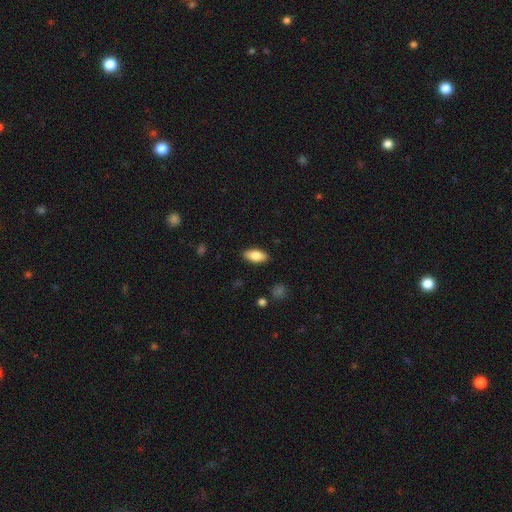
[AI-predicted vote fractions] A smooth galaxy with no disk features (81%) that is in between round and cigar-shaped (89%). Merging: none (88%).